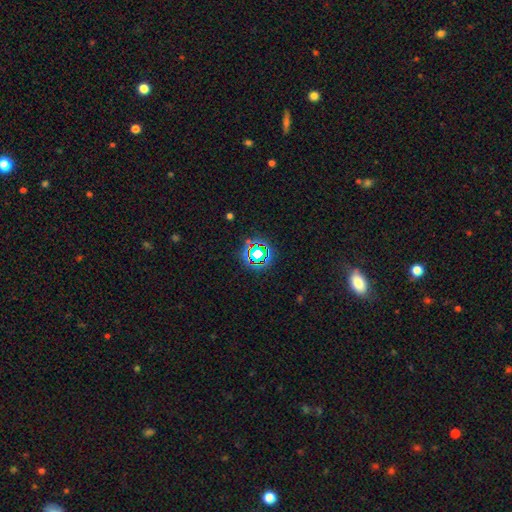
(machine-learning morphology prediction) Smooth or featured: star or artifact — 69% (smooth — 19%)